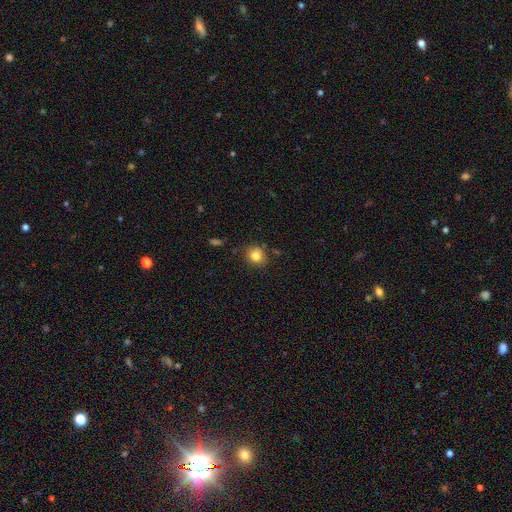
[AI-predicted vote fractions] This appears to be a smooth galaxy with no disk features (82%) that is round (81%). Merging: none (81%).